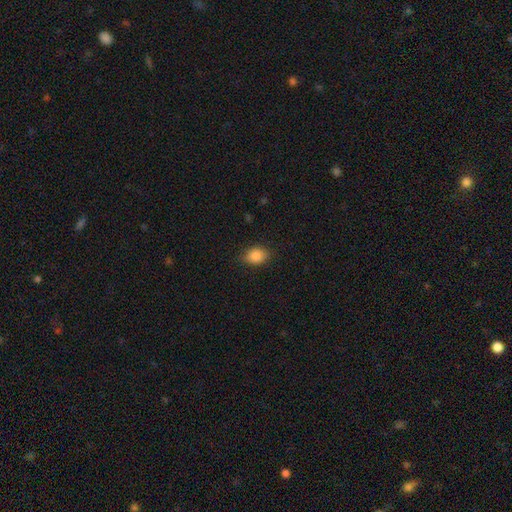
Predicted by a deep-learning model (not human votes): Smooth or featured? Predicted: smooth (p=0.87). How rounded? Predicted: in between (p=0.68). Merging? Predicted: none (p=0.81).